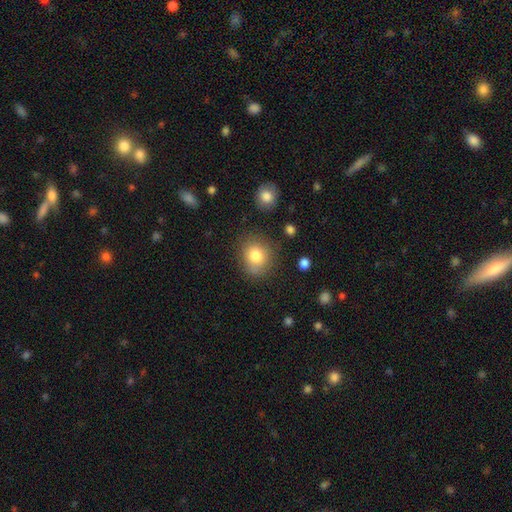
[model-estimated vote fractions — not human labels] Smooth or featured: smooth — 81% (star or artifact — 10%)
How rounded: round — 74% (in between — 25%)
Merging: none — 77% (minor disturbance — 15%)